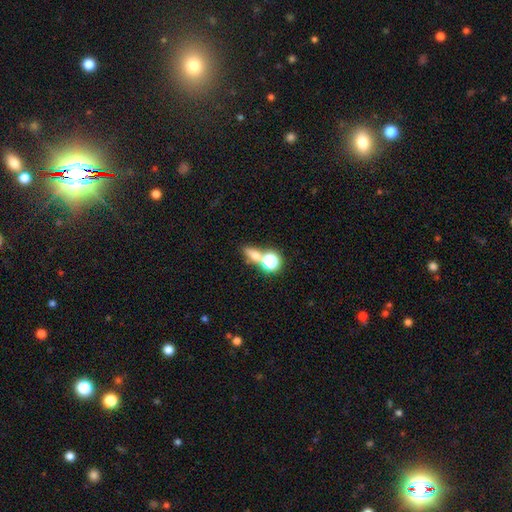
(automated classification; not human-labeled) smooth-or-featured: smooth: 60% | star or artifact: 27% | featured or disk: 14%
  how-rounded: in between: 44% | round: 42% | cigar-shaped: 14%
  merging: none: 53% | merger: 32% | minor disturbance: 9% | major disturbance: 6%